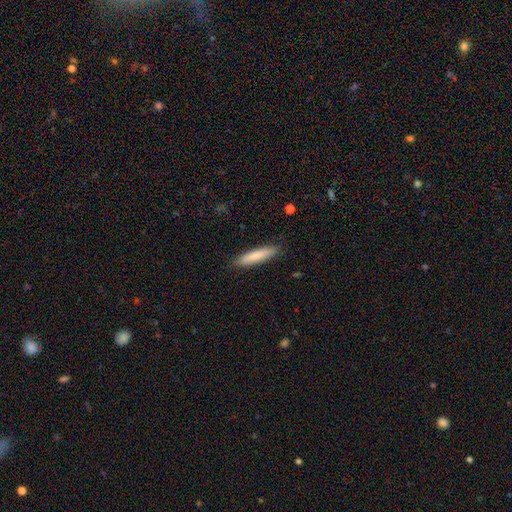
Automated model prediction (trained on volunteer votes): Smooth or featured?
  - smooth: 79% *
  - featured or disk: 16%
  - star or artifact: 5%
How rounded?
  - cigar-shaped: 86% *
  - in between: 12%
  - round: 1%
Merging?
  - none: 88% *
  - minor disturbance: 9%
  - major disturbance: 2%
  - merger: 1%